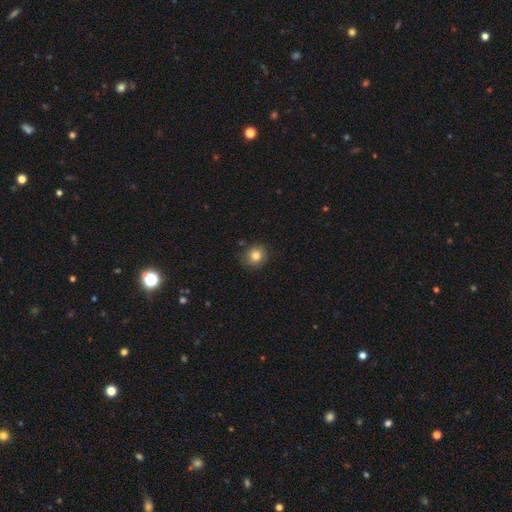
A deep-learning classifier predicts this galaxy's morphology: The model was most divided on "how rounded": round: 82%, in between: 17%, cigar-shaped: 1%. More confident: merging — none (85%); smooth or featured — smooth (82%).